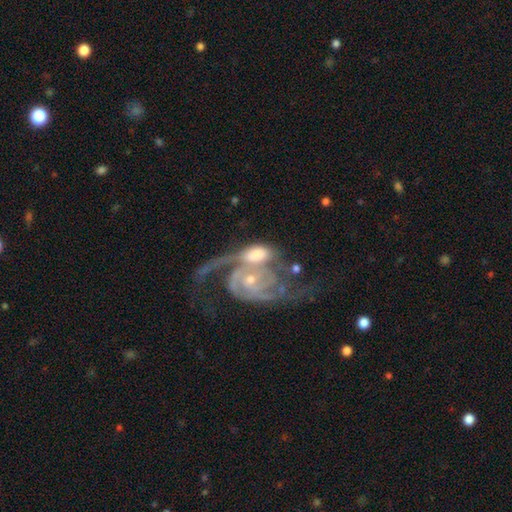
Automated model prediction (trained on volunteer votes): A featured or disk galaxy (81%) with no bar (63%), 2 (63%) medium (38%) spiral arms (92%) and a small central bulge (55%). Merging: merger (56%).